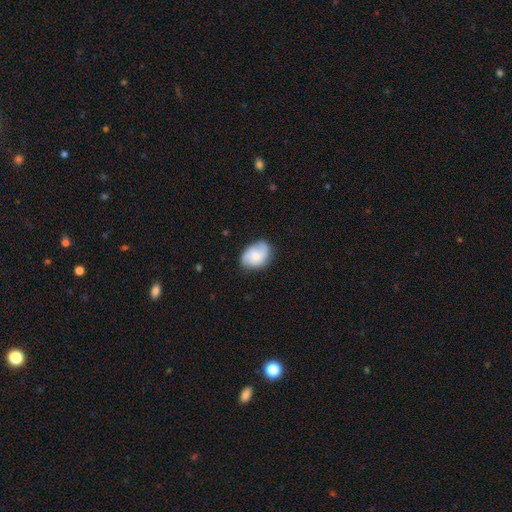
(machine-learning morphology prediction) Smooth or featured: smooth — 50% (featured or disk — 43%)
Merging: none — 68% (minor disturbance — 24%)